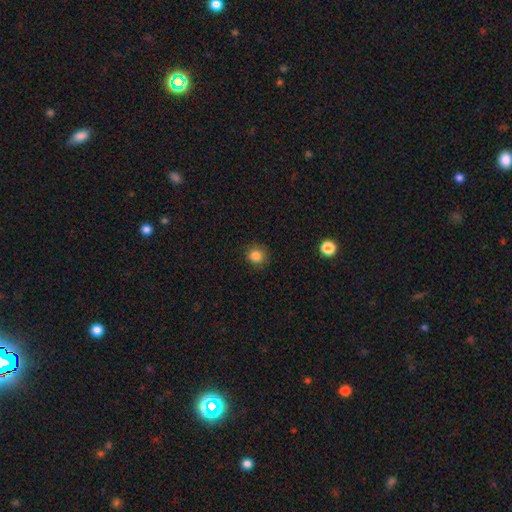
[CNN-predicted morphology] This appears to be a smooth galaxy with no disk features (84%) that is round (87%). Merging: none (86%).